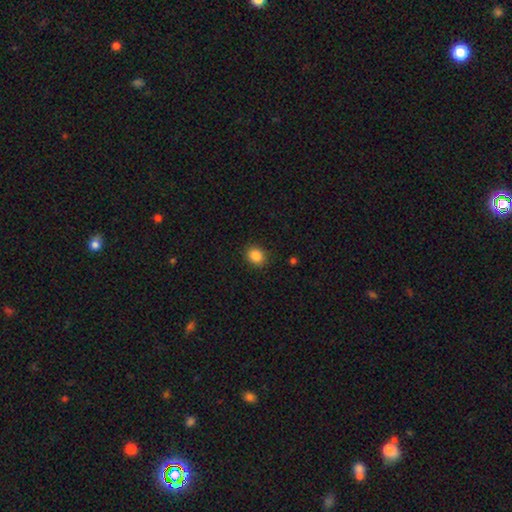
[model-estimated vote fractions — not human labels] This appears to be a smooth galaxy with no disk features (86%) that is round (71%). Merging: none (90%).